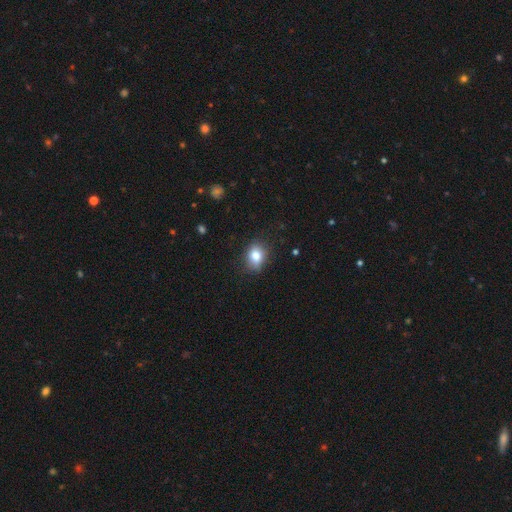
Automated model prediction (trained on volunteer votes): A smooth galaxy with no disk features (83%) that is in between round and cigar-shaped (55%). Merging: none (79%).